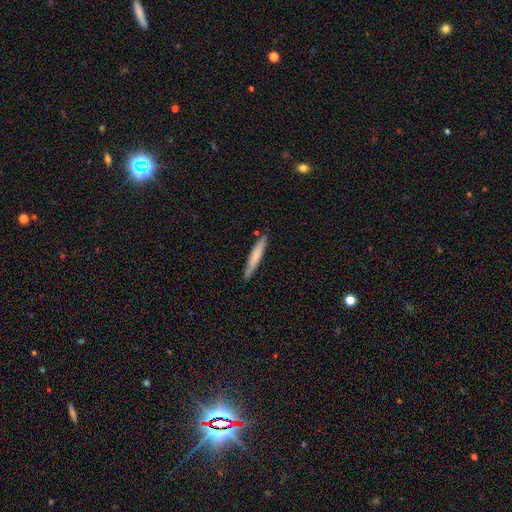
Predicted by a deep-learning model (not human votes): smooth_or_featured: smooth (p=0.66) [alt: featured or disk p=0.28]
how_rounded: cigar-shaped (p=0.93) [alt: in between p=0.06]
merging: none (p=0.82) [alt: minor disturbance p=0.14]